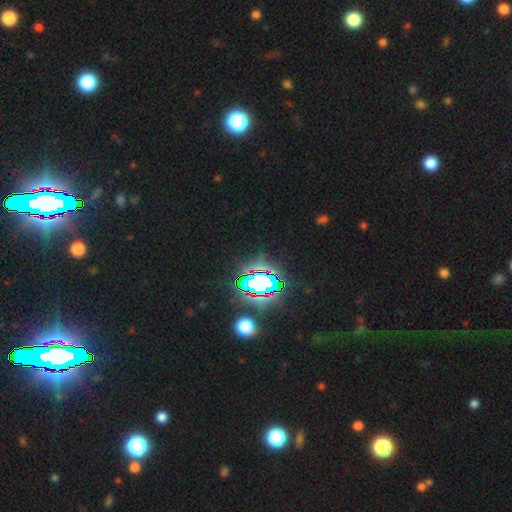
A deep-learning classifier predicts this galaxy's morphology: Smooth or featured: star or artifact — 83% (smooth — 9%)